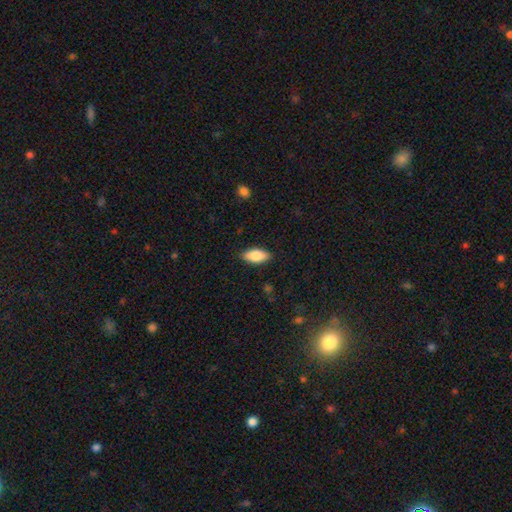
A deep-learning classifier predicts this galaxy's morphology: smooth_or_featured: smooth (p=0.83) [alt: featured or disk p=0.11]
how_rounded: in between (p=0.88) [alt: cigar-shaped p=0.09]
merging: none (p=0.87) [alt: minor disturbance p=0.10]